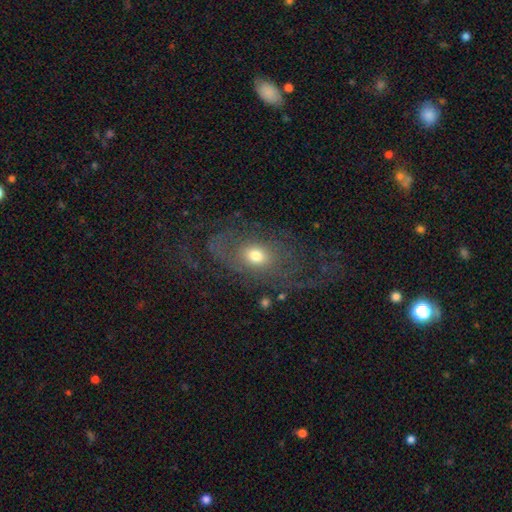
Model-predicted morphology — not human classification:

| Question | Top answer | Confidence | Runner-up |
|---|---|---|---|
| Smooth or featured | featured or disk | 55% | smooth (33%) |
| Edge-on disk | no | 93% | yes (7%) |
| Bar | no | 78% | weak (18%) |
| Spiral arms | yes | 66% | no (34%) |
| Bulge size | moderate | 63% | small (25%) |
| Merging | none | 53% | major disturbance (27%) |